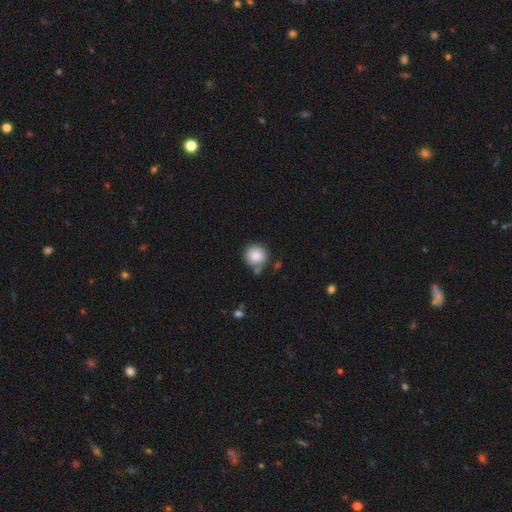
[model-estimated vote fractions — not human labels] A smooth galaxy with no disk features (87%) that is round (92%).

Vote fractions:
- Smooth or featured? smooth: 87% / star or artifact: 8% / featured or disk: 5%
- How rounded? round: 92% / in between: 7% / cigar-shaped: 1%
- Merging? none: 71% / minor disturbance: 16% / merger: 8% / major disturbance: 4%